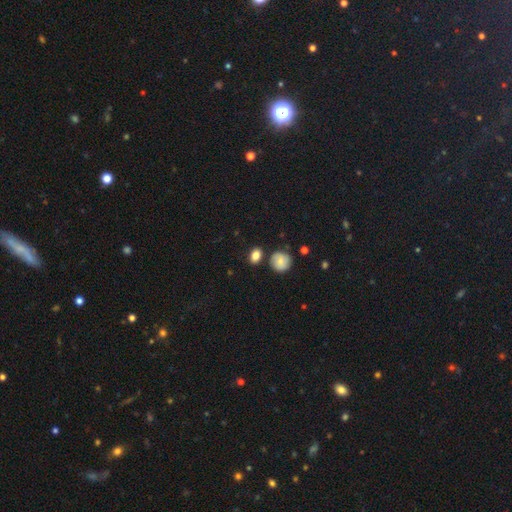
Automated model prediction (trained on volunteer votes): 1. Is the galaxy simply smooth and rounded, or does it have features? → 81% smooth, 10% featured or disk, 9% star or artifact.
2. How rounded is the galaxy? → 59% in between, 39% round, 2% cigar-shaped.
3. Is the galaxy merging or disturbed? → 75% none, 13% minor disturbance, 10% merger, 3% major disturbance.